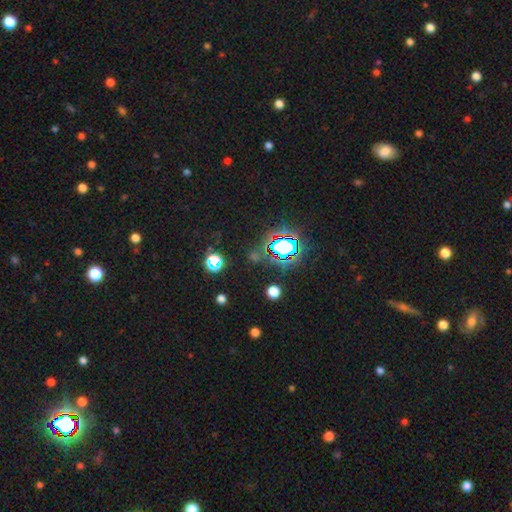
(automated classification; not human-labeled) This is likely a star or artifact rather than a galaxy (73%).